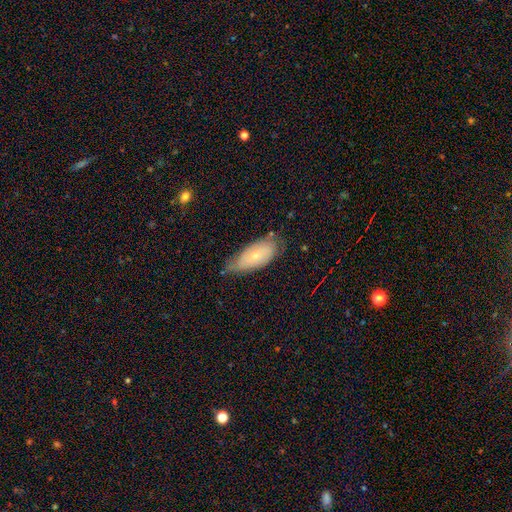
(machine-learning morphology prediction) type=smooth (54%); roundness=in between (88%); merging=none (54%).